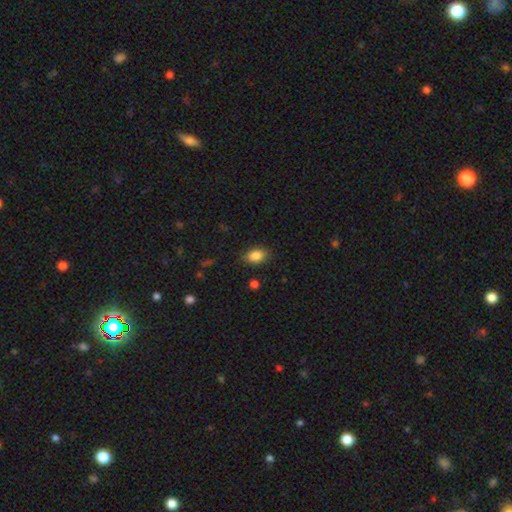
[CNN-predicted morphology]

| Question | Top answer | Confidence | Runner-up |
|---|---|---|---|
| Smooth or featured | smooth | 85% | star or artifact (9%) |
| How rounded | in between | 85% | round (14%) |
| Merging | none | 85% | minor disturbance (11%) |